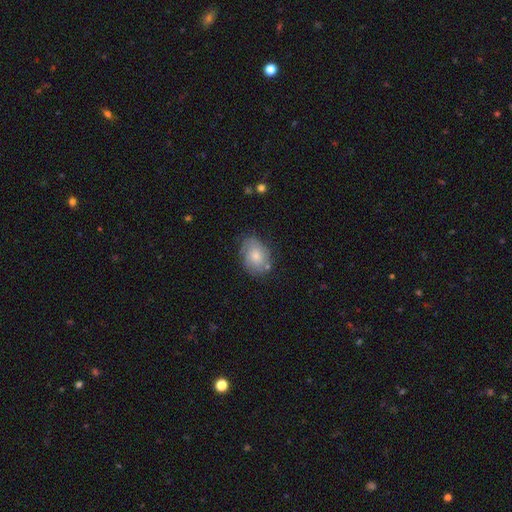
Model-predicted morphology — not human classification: Smooth or featured: smooth — 56% (featured or disk — 37%)
How rounded: in between — 69% (round — 30%)
Merging: none — 66% (minor disturbance — 23%)